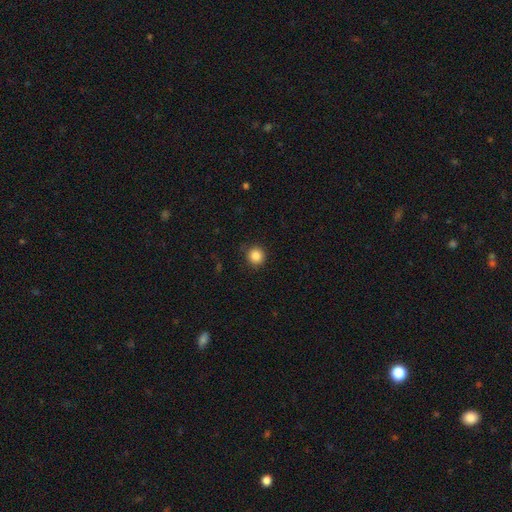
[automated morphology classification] This is clearly a smooth galaxy (85%). How rounded: clearly round (94%). Merging: clearly none (89%).